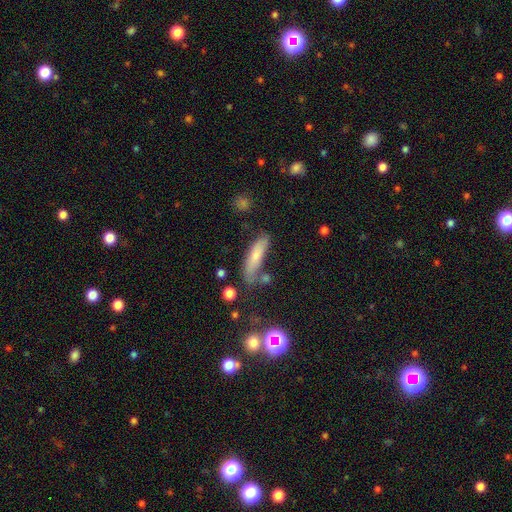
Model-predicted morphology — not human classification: A smooth galaxy with no disk features (68%) that is cigar-shaped (64%). Merging: none (60%).